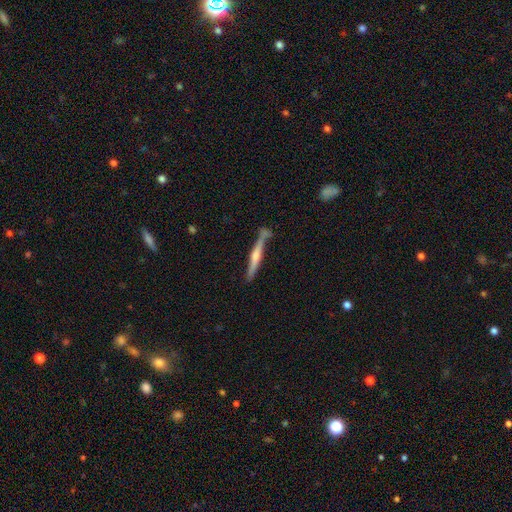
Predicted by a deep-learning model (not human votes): Smooth or featured? Predicted: featured or disk (p=0.74). Edge-on disk? Predicted: yes (p=0.97). Edge-on bulge? Predicted: rounded (p=0.76). Merging? Predicted: none (p=0.78).